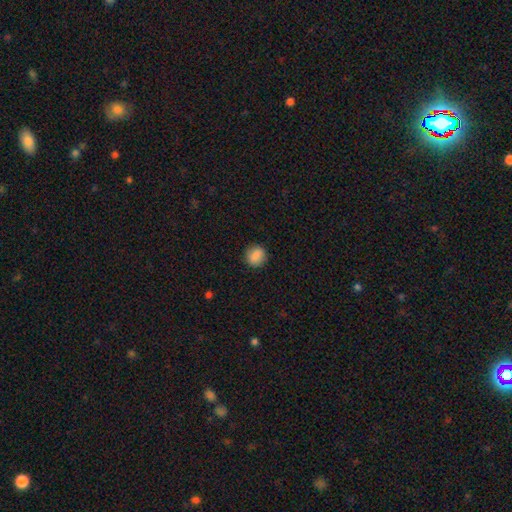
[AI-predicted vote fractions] Smooth or featured? smooth (86%)
How rounded? round (78%)
Merging? none (87%)